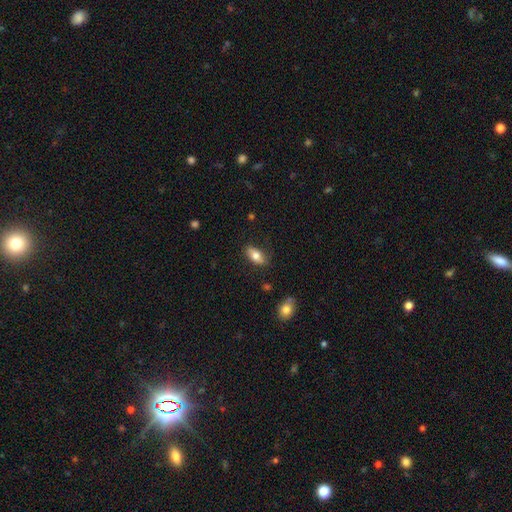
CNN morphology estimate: Smooth or featured: smooth — 74% (featured or disk — 19%)
How rounded: in between — 84% (cigar-shaped — 12%)
Merging: none — 83% (minor disturbance — 13%)